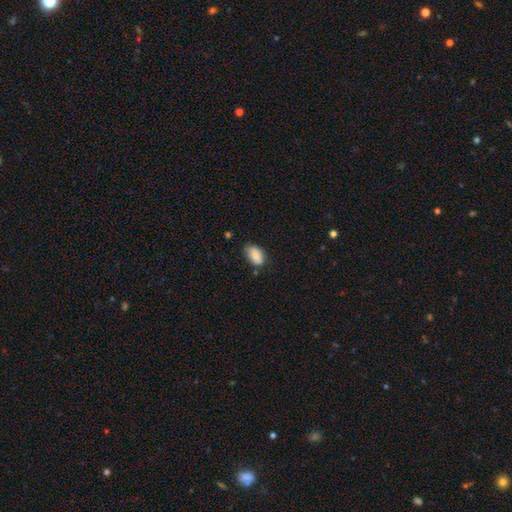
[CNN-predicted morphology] This appears to be a smooth galaxy with no disk features (84%) that is in between round and cigar-shaped (91%). Merging: none (67%).